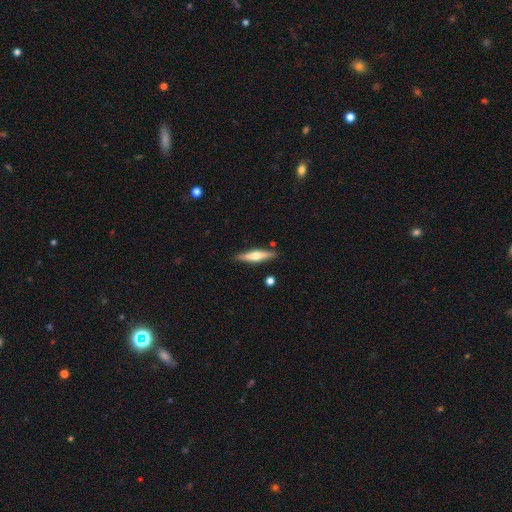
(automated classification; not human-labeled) featured or disk 60%, smooth 34%, star or artifact 5%. Down the decision tree: edge-on disk — yes (96%); edge-on bulge — rounded (91%); merging — none (88%).